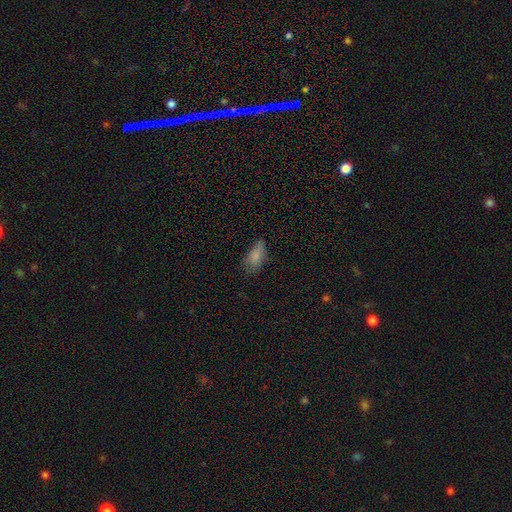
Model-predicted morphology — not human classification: Smooth or featured?
  - smooth: 80% *
  - featured or disk: 11%
  - star or artifact: 9%
How rounded?
  - in between: 89% *
  - cigar-shaped: 6%
  - round: 5%
Merging?
  - none: 55% *
  - minor disturbance: 32%
  - major disturbance: 11%
  - merger: 2%